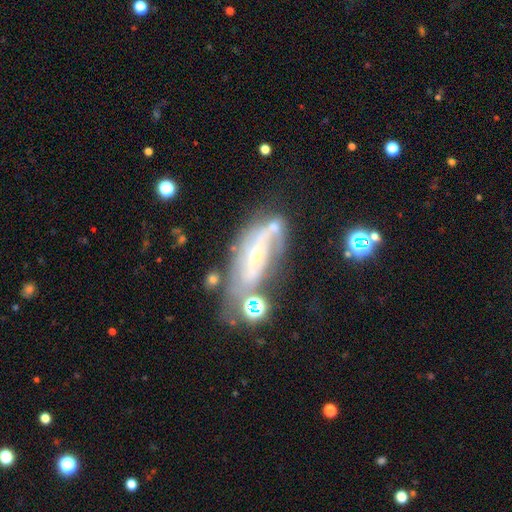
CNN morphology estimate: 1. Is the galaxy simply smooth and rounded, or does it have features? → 74% featured or disk, 16% smooth, 10% star or artifact.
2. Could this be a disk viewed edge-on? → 83% no, 17% yes.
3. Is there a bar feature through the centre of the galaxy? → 47% no, 28% weak, 25% strong.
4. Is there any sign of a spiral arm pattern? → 73% yes, 27% no.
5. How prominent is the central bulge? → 73% small, 21% moderate, 3% none, 2% large, 1% dominant.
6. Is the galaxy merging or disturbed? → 44% none, 22% minor disturbance, 18% major disturbance, 16% merger.